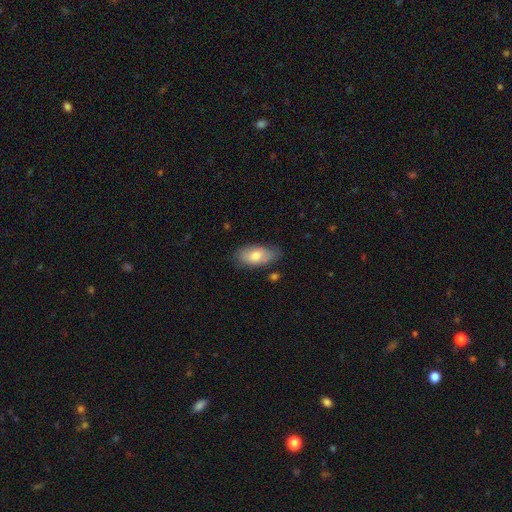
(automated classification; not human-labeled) Smooth or featured? smooth (74%)
How rounded? in between (91%)
Merging? none (72%)